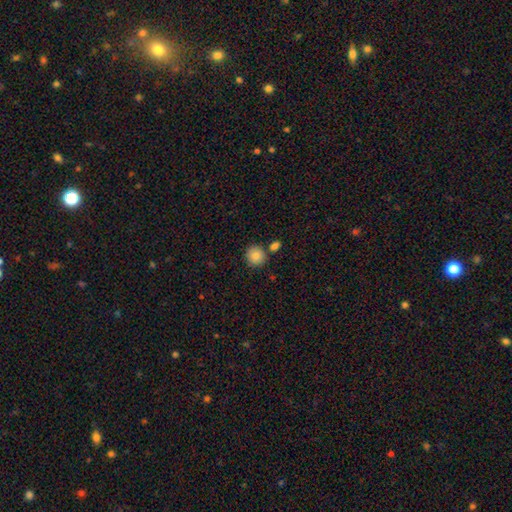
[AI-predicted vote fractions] smooth-or-featured: smooth: 83% | star or artifact: 9% | featured or disk: 7%
  how-rounded: round: 90% | in between: 9% | cigar-shaped: 1%
  merging: none: 77% | merger: 12% | minor disturbance: 9% | major disturbance: 2%